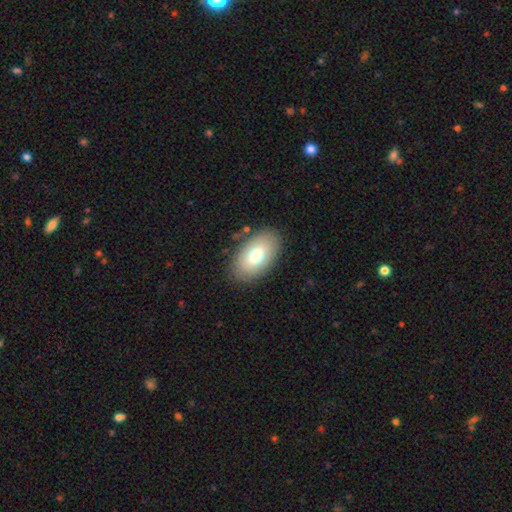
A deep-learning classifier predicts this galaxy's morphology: Overall: smooth (71%). How rounded: in between (93%). Merging: none (86%).